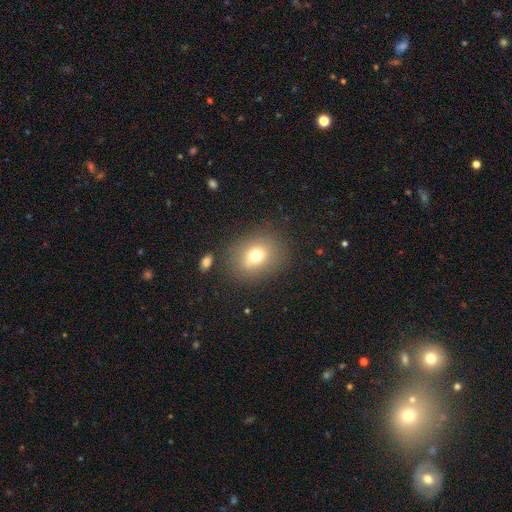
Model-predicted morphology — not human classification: A smooth galaxy with no disk features (71%) that is round (58%).

Vote fractions:
- Smooth or featured? smooth: 71% / featured or disk: 15% / star or artifact: 14%
- How rounded? round: 58% / in between: 41% / cigar-shaped: 1%
- Merging? none: 80% / minor disturbance: 12% / major disturbance: 5% / merger: 4%